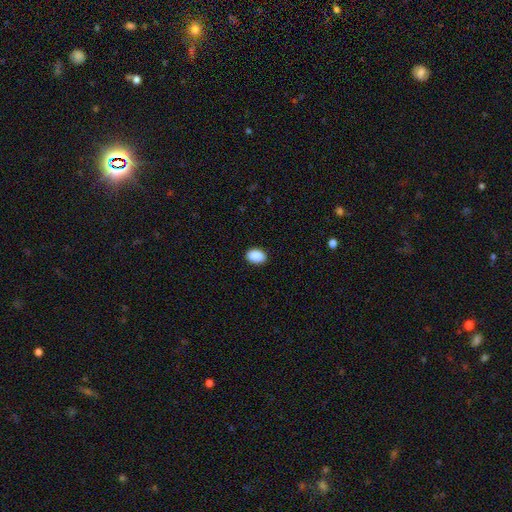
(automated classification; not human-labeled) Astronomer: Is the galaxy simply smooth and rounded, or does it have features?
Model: smooth — 90%.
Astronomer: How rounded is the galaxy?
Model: in between — 85%.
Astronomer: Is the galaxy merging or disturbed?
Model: none — 90%.